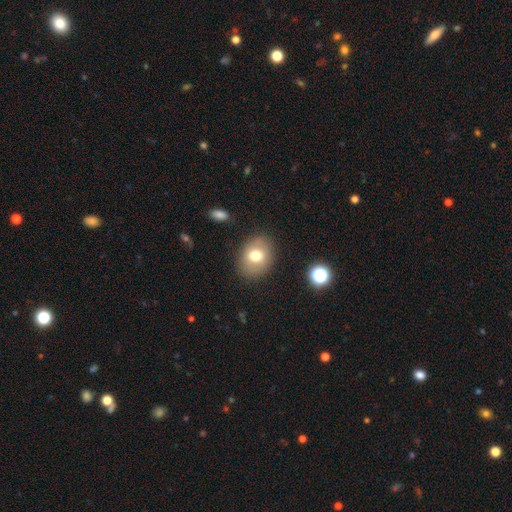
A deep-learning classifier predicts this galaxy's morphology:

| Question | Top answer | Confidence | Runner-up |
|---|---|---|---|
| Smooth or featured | smooth | 72% | featured or disk (18%) |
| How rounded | in between | 57% | round (42%) |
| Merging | none | 84% | minor disturbance (11%) |